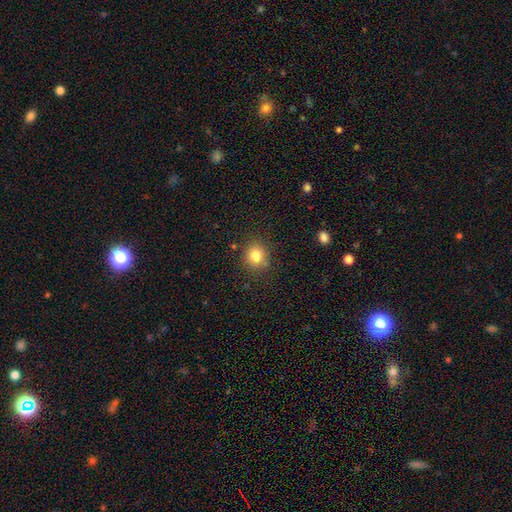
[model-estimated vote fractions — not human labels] smooth-or-featured: smooth: 81% | star or artifact: 12% | featured or disk: 7%
  how-rounded: round: 85% | in between: 15% | cigar-shaped: 1%
  merging: none: 85% | minor disturbance: 9% | major disturbance: 3% | merger: 3%